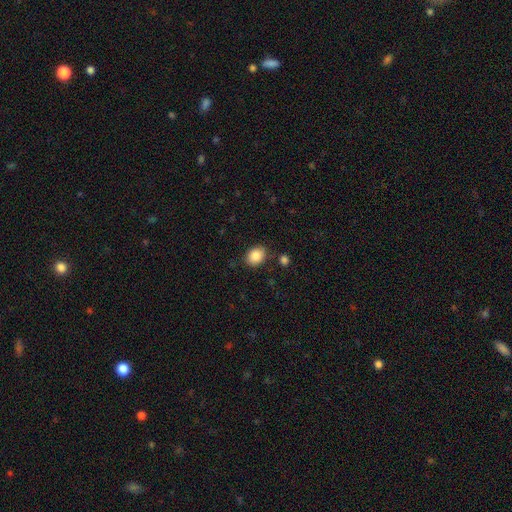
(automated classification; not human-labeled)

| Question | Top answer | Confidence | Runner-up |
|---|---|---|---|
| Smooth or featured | smooth | 87% | star or artifact (8%) |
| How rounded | in between | 64% | round (36%) |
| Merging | none | 84% | minor disturbance (10%) |